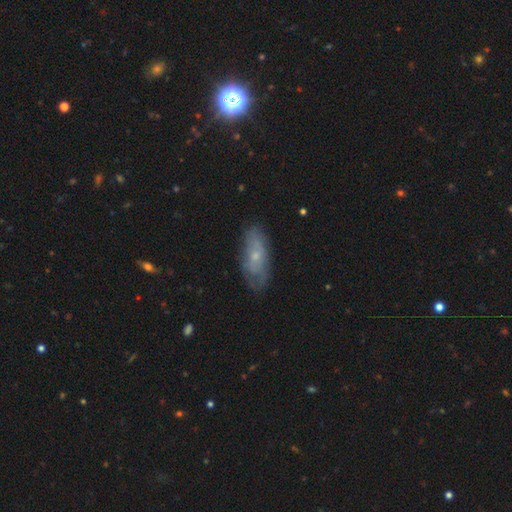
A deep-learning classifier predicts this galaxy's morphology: Overall: featured or disk (48%; smooth 44%). Merging: none (69%).